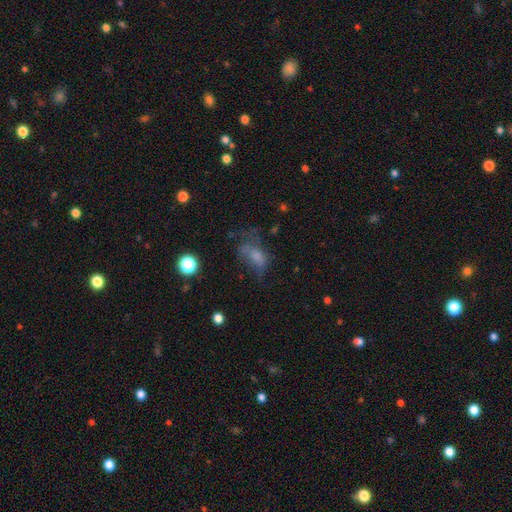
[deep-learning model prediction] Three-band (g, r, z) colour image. It shows a smooth galaxy with no disk features (56%) that is in between round and cigar-shaped (82%). Merging: major disturbance (44%).